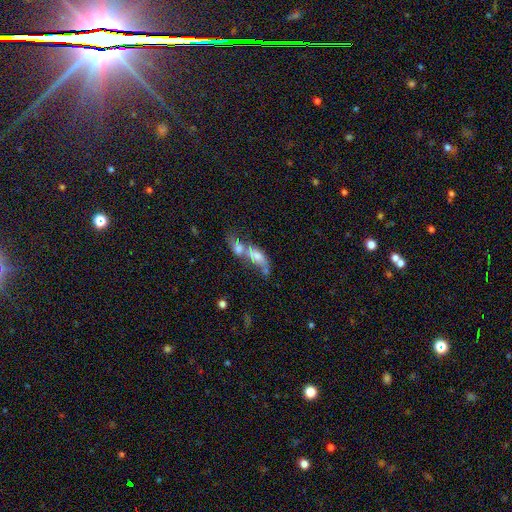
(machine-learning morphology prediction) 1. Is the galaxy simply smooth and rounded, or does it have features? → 56% smooth, 33% featured or disk, 11% star or artifact.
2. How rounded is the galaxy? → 65% in between, 29% cigar-shaped, 6% round.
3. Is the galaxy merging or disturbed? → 66% merger, 17% none, 8% major disturbance, 8% minor disturbance.